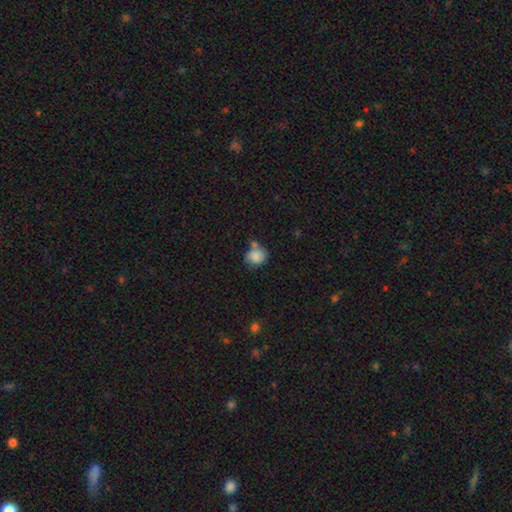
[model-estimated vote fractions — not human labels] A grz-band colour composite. It shows a smooth galaxy with no disk features (77%) that is round (67%). Merging: none (46%).